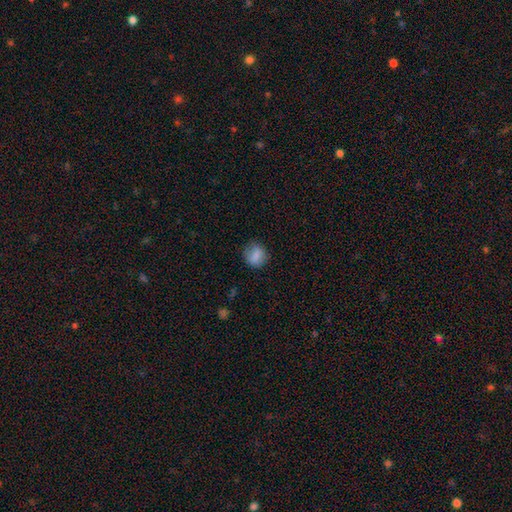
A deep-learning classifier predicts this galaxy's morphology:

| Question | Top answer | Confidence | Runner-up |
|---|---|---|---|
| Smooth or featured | smooth | 83% | star or artifact (9%) |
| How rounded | round | 72% | in between (27%) |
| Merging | none | 78% | minor disturbance (16%) |